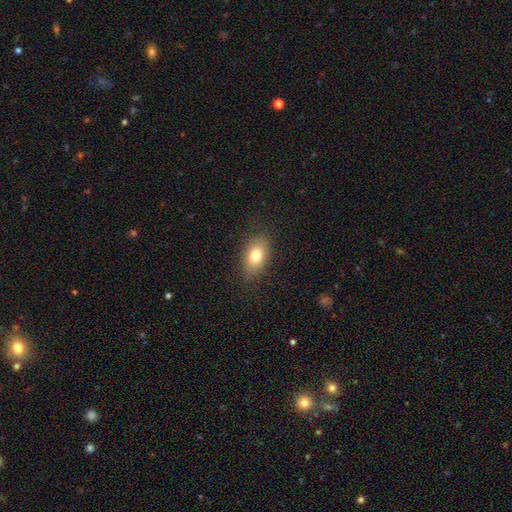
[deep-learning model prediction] Smooth or featured: smooth — 77% (featured or disk — 13%)
How rounded: in between — 86% (round — 12%)
Merging: none — 84% (minor disturbance — 11%)